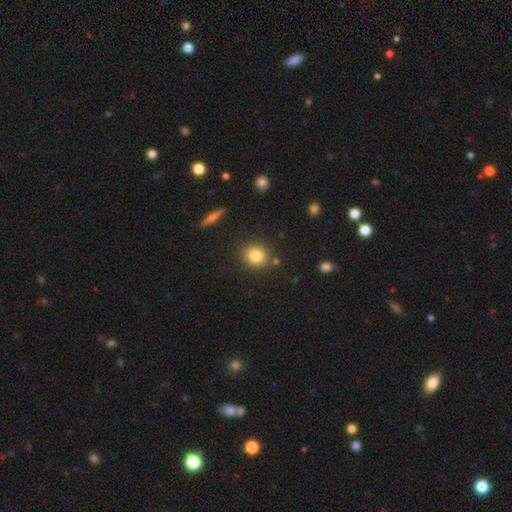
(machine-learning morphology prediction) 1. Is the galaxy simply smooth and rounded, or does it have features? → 82% smooth, 10% star or artifact, 8% featured or disk.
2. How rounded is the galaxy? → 77% round, 21% in between, 1% cigar-shaped.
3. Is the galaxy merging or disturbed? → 84% none, 9% minor disturbance, 5% merger, 3% major disturbance.